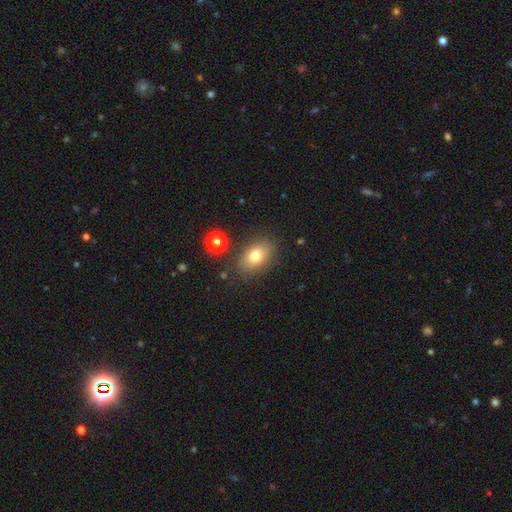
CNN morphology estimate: Smooth or featured? smooth (76%)
How rounded? in between (83%)
Merging? none (82%)